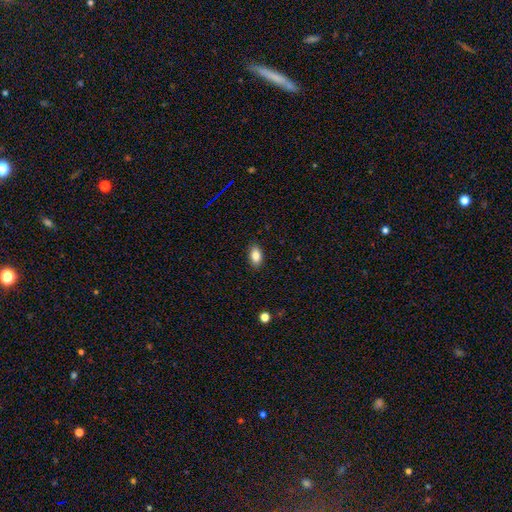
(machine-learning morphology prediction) type=smooth (85%); roundness=in between (90%); merging=none (89%).